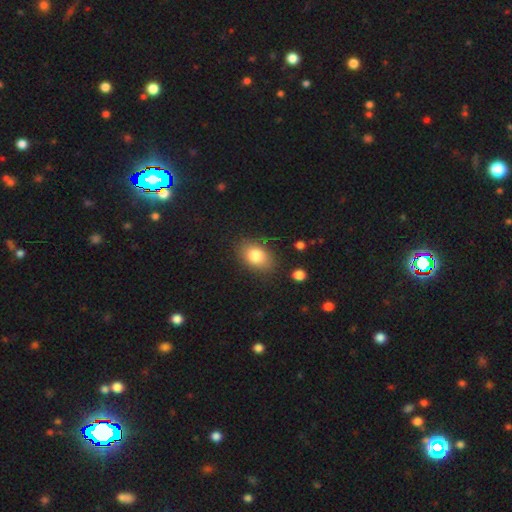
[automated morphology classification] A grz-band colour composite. It shows a smooth galaxy with no disk features (81%) that is in between round and cigar-shaped (79%). Merging: none (80%).